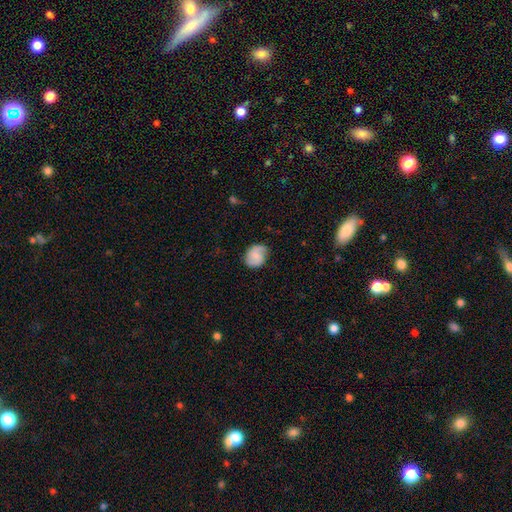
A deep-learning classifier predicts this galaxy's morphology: This is possibly a smooth galaxy (53%). How rounded: likely round (61%). Merging: likely none (73%).